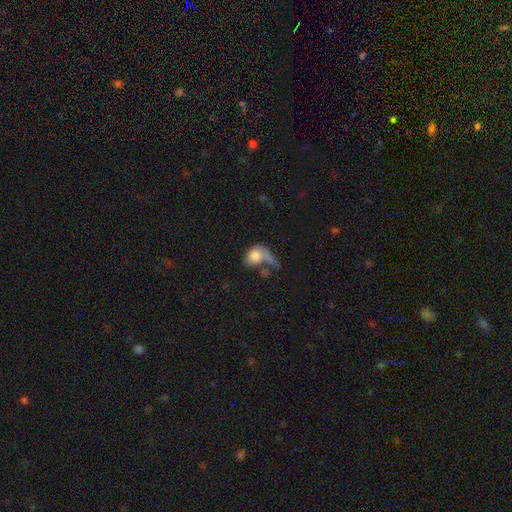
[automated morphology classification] Smooth or featured? smooth (64%)
How rounded? in between (63%)
Merging? major disturbance (42%)